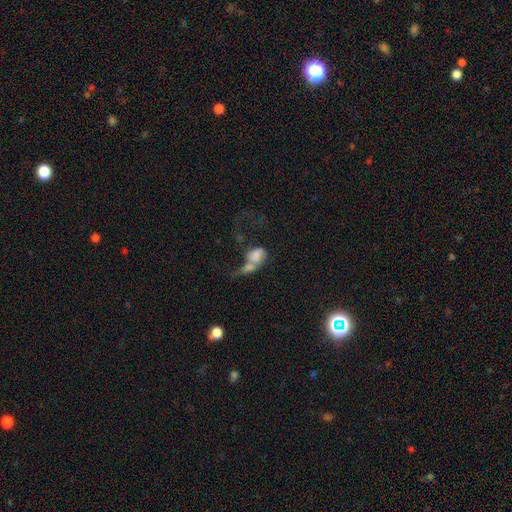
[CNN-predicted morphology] A smooth galaxy with no disk features (65%) that is in between round and cigar-shaped (66%).

Vote fractions:
- Smooth or featured? smooth: 65% / featured or disk: 25% / star or artifact: 10%
- How rounded? in between: 66% / round: 30% / cigar-shaped: 3%
- Merging? merger: 63% / major disturbance: 19% / none: 10% / minor disturbance: 7%